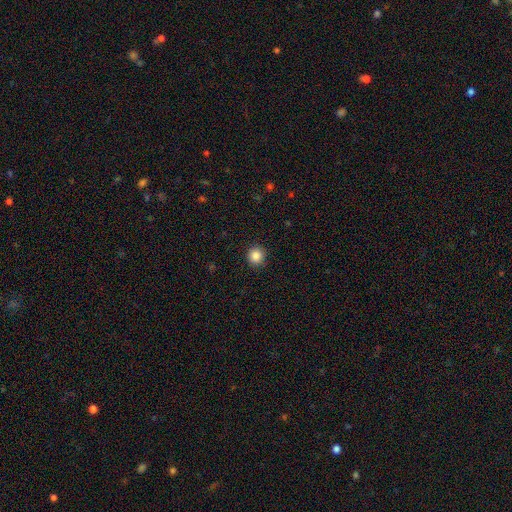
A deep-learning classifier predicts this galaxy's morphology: Smooth or featured: smooth — 86% (star or artifact — 10%)
How rounded: round — 93% (in between — 6%)
Merging: none — 92% (minor disturbance — 6%)